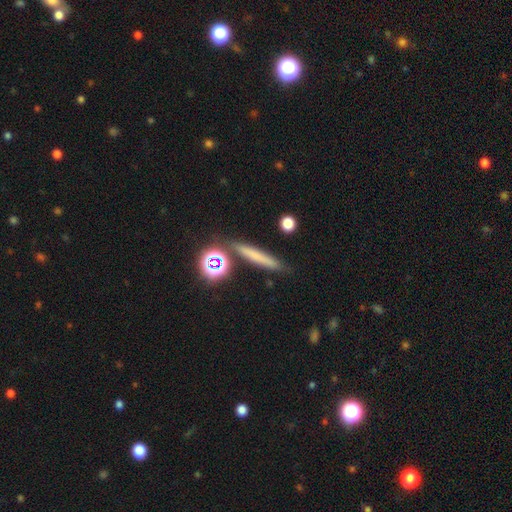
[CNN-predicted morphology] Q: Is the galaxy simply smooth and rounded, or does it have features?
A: smooth — 63%.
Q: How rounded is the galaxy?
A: cigar-shaped — 86%.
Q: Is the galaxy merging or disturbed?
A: none — 83%.